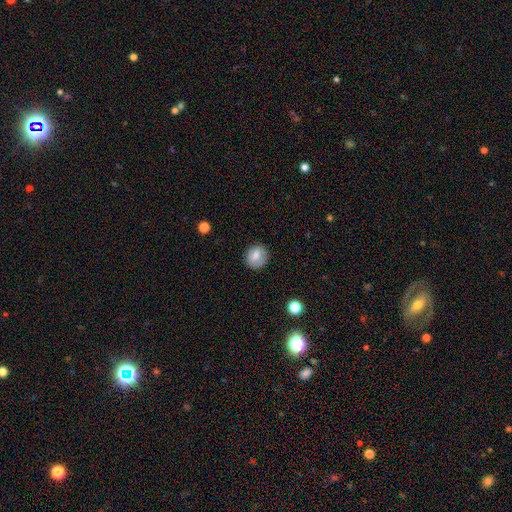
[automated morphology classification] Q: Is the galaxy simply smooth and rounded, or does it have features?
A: smooth — 76%.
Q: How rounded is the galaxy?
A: round — 75%.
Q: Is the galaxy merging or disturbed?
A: none — 83%.